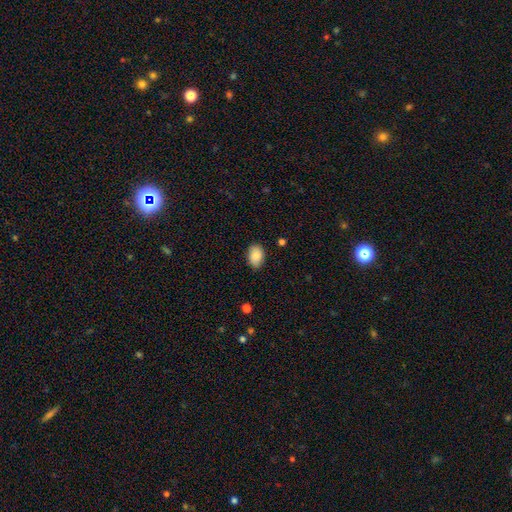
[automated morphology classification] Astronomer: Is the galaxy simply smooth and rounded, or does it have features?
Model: smooth — 88%.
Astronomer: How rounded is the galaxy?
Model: in between — 84%.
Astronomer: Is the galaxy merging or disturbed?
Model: none — 83%.